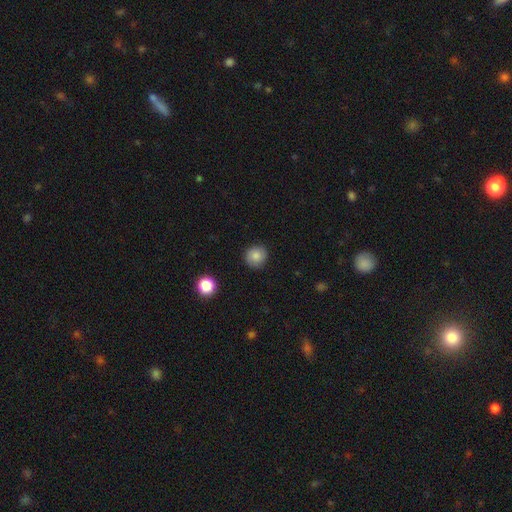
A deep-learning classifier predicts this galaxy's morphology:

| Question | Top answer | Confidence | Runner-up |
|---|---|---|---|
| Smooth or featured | smooth | 83% | star or artifact (10%) |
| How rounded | round | 91% | in between (8%) |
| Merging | none | 87% | minor disturbance (9%) |